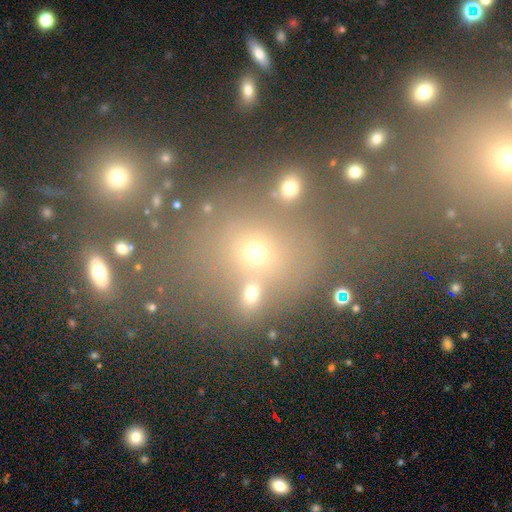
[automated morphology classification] Overall: smooth (53%; star or artifact 33%). How rounded: round (65%; in between 33%). Merging: none (57%; merger 23%).